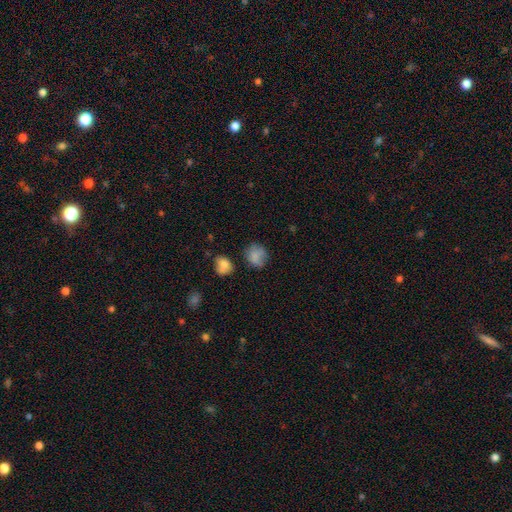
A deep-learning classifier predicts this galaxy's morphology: A smooth galaxy with no disk features (78%) that is round (70%).

Vote fractions:
- Smooth or featured? smooth: 78% / featured or disk: 11% / star or artifact: 11%
- How rounded? round: 70% / in between: 29% / cigar-shaped: 1%
- Merging? none: 62% / minor disturbance: 24% / major disturbance: 8% / merger: 6%